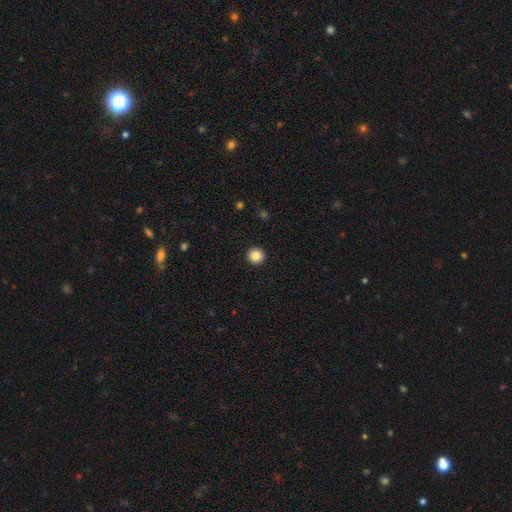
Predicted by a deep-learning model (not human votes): Smooth or featured: smooth — 86% (star or artifact — 10%)
How rounded: round — 96% (in between — 3%)
Merging: none — 94% (minor disturbance — 4%)